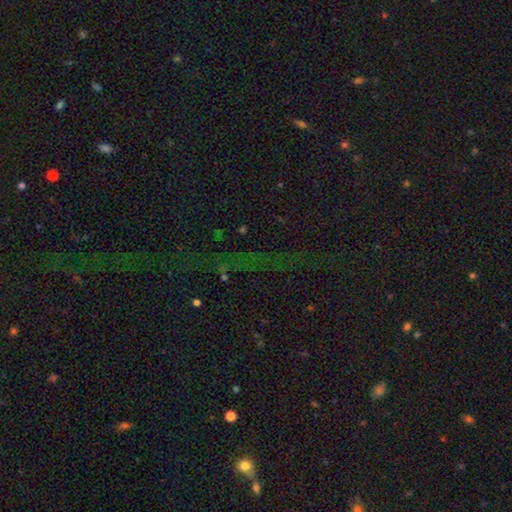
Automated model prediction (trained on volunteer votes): smooth-or-featured: star or artifact: 72% | smooth: 16% | featured or disk: 12%